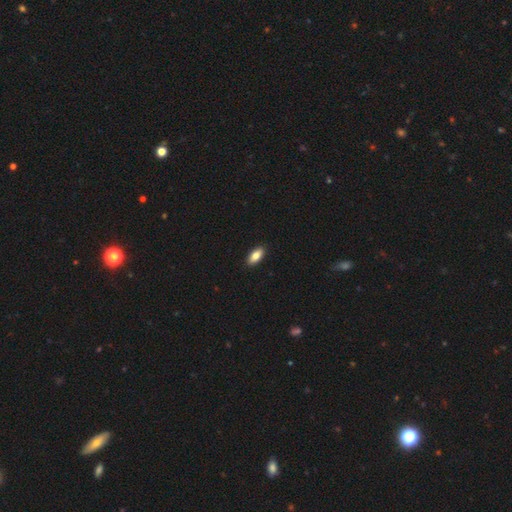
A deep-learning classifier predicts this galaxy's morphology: smooth 83%, featured or disk 11%, star or artifact 7%. Down the decision tree: how rounded — in between (89%); merging — none (91%).